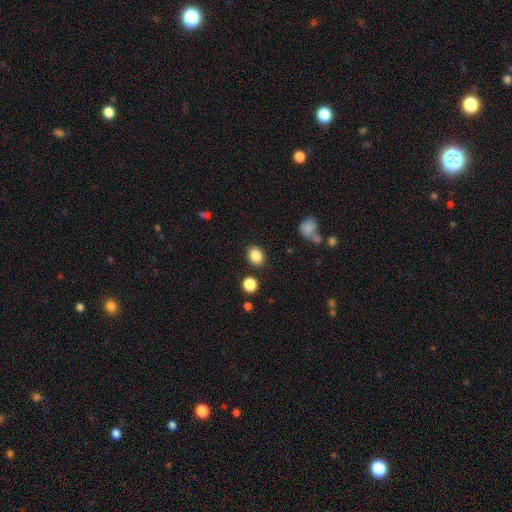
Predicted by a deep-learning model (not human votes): Q: Smooth or featured?
A: smooth (86%); runner-up: star or artifact (9%)
Q: How rounded?
A: in between (54%); runner-up: round (45%)
Q: Merging?
A: none (84%); runner-up: minor disturbance (9%)